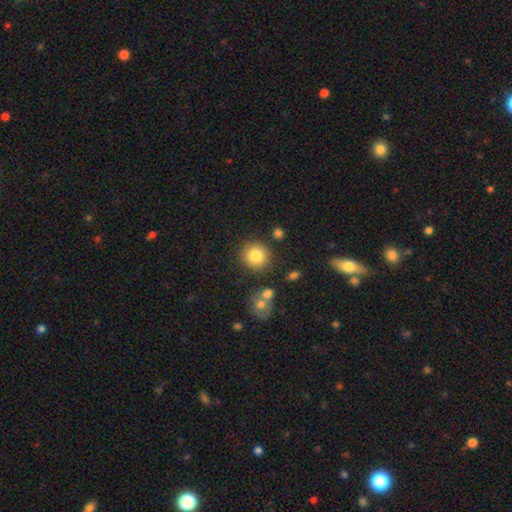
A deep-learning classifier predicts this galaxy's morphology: Smooth or featured?
  - smooth: 82% *
  - star or artifact: 10%
  - featured or disk: 8%
How rounded?
  - round: 91% *
  - in between: 8%
  - cigar-shaped: 1%
Merging?
  - none: 83% *
  - minor disturbance: 9%
  - merger: 5%
  - major disturbance: 3%